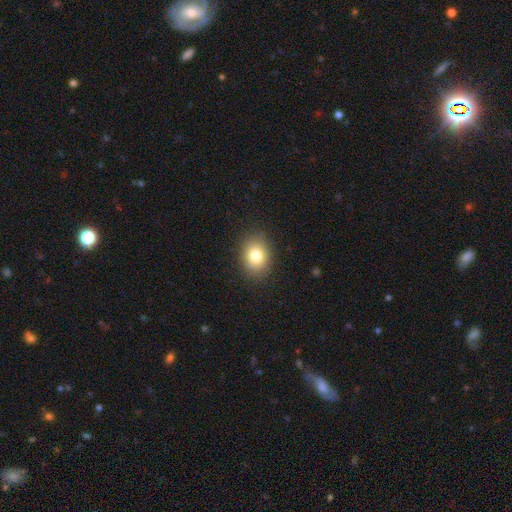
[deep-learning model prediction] A smooth galaxy with no disk features (81%) that is in between round and cigar-shaped (59%). Merging: none (87%).